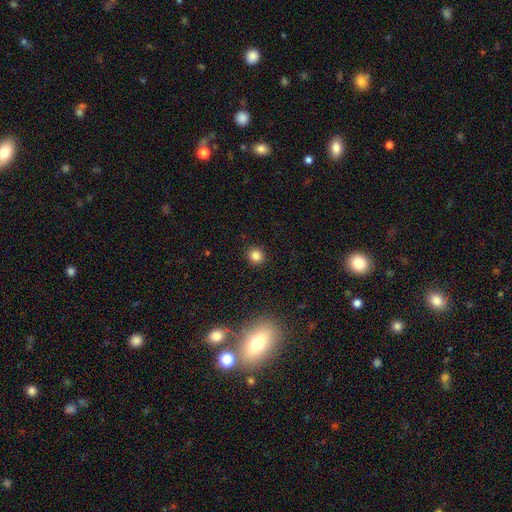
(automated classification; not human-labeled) Smooth or featured? Predicted: smooth (p=0.83). How rounded? Predicted: round (p=0.88). Merging? Predicted: none (p=0.91).